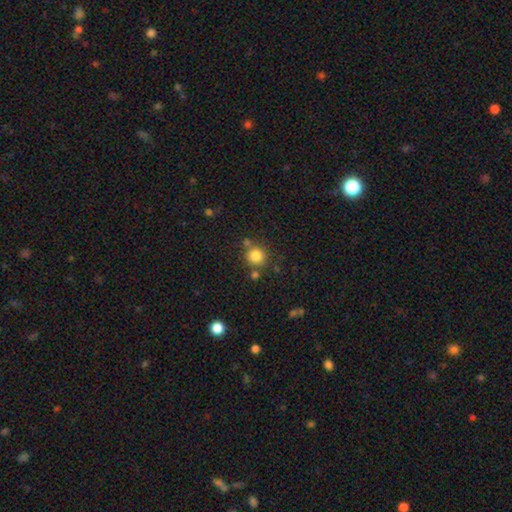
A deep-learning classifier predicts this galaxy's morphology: The model was most divided on "merging": none: 74%, merger: 12%, minor disturbance: 10%, major disturbance: 4%. More confident: how rounded — round (91%); smooth or featured — smooth (82%).